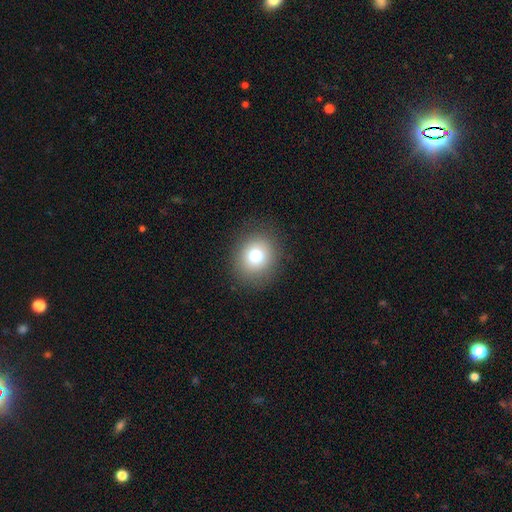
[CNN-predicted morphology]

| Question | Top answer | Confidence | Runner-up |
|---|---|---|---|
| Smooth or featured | smooth | 76% | star or artifact (13%) |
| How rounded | round | 78% | in between (21%) |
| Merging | none | 88% | minor disturbance (8%) |